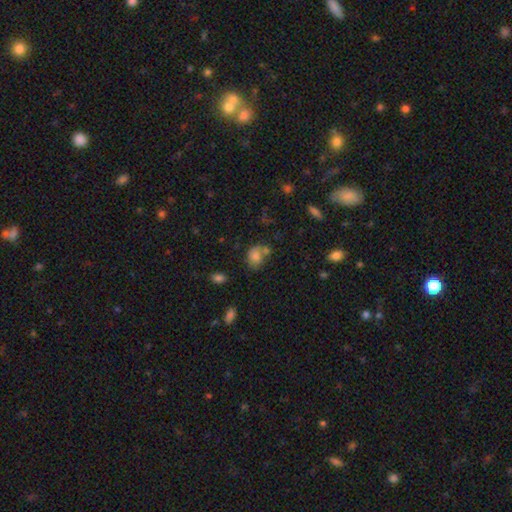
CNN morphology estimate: Smooth or featured: smooth — 77% (featured or disk — 12%)
How rounded: in between — 56% (round — 43%)
Merging: none — 46% (merger — 26%)